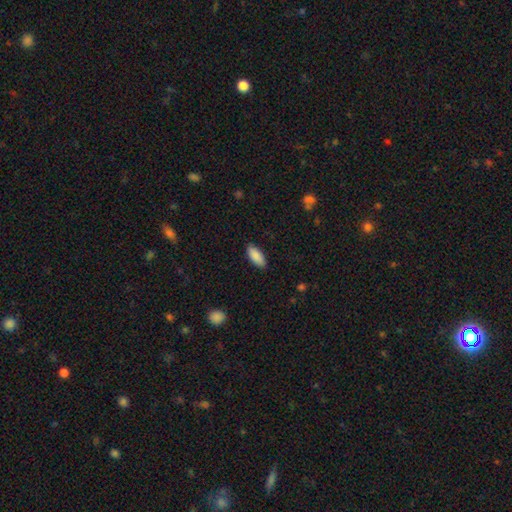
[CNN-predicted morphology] This is clearly a smooth galaxy (89%). How rounded: clearly in between (85%). Merging: clearly none (87%).